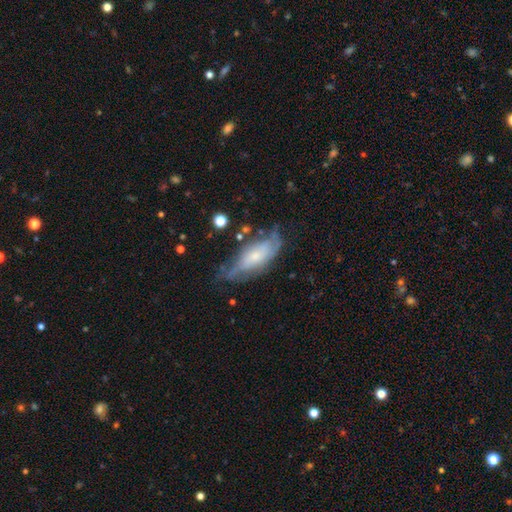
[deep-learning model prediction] This is possibly a featured or disk galaxy (53%). It is likely not viewed edge-on (77%). Merging: possibly none (49%).